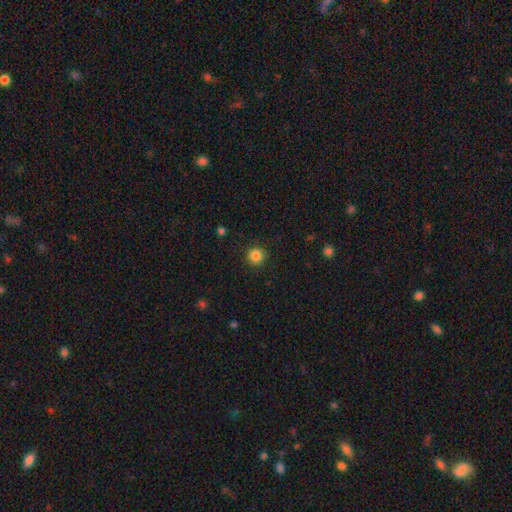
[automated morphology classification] A smooth galaxy with no disk features (85%) that is round (94%). Merging: none (90%).